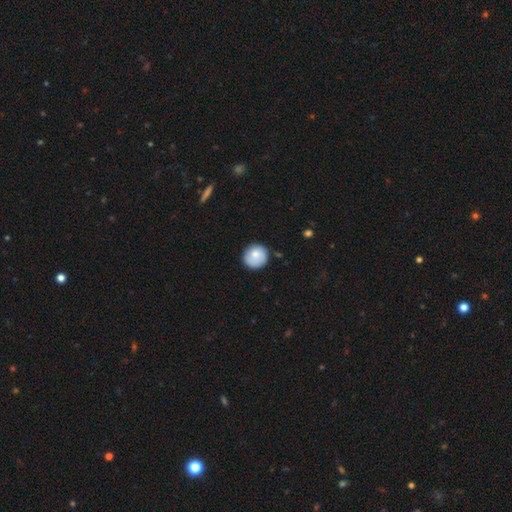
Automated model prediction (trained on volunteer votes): Smooth or featured? smooth (80%)
How rounded? round (92%)
Merging? none (81%)